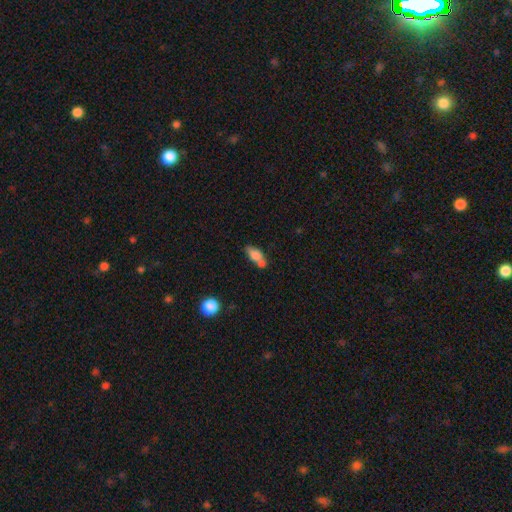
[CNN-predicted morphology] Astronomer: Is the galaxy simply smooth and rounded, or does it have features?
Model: smooth — 73%.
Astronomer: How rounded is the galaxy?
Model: in between — 79%.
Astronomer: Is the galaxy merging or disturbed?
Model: merger — 40% (runner-up: none, 38%).